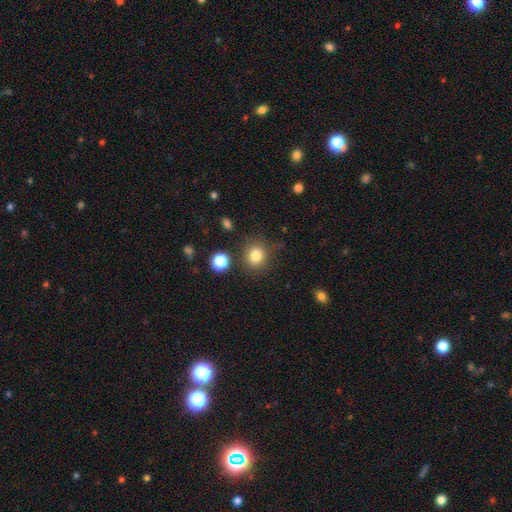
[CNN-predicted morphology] Smooth or featured: smooth — 82% (star or artifact — 12%)
How rounded: round — 83% (in between — 16%)
Merging: none — 81% (minor disturbance — 10%)